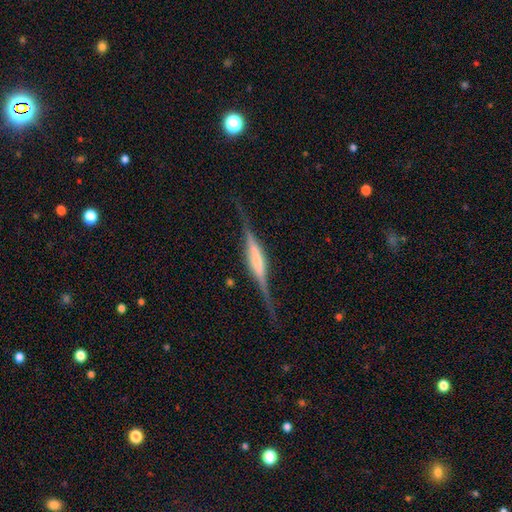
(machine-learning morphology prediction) This appears to be a featured or disk galaxy (82%) viewed edge-on (97%) with a boxy central bulge (54%). Merging: none (82%).